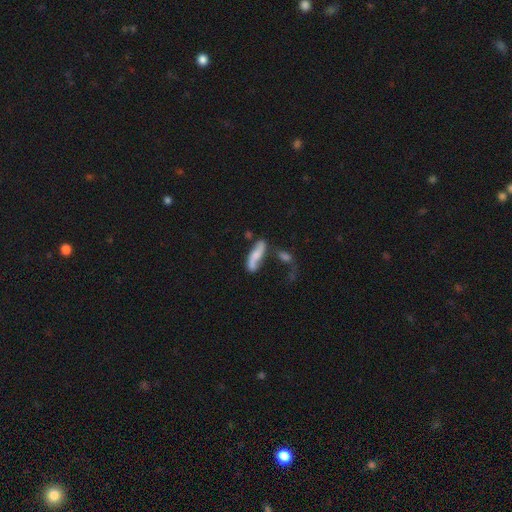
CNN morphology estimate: Smooth or featured: featured or disk — 49% (smooth — 43%)
Merging: none — 52% (minor disturbance — 21%)